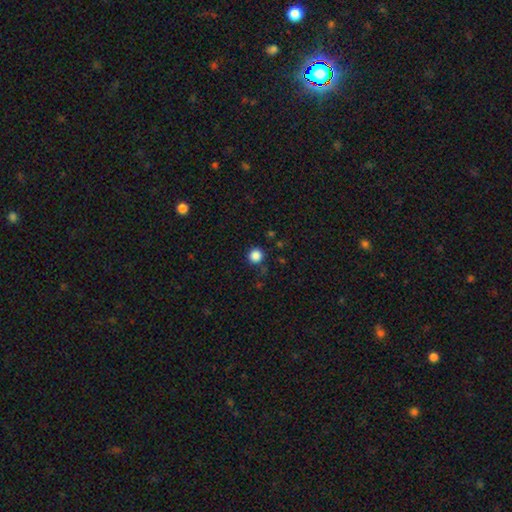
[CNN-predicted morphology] This is clearly a smooth galaxy (86%). How rounded: clearly round (94%). Merging: clearly none (87%).